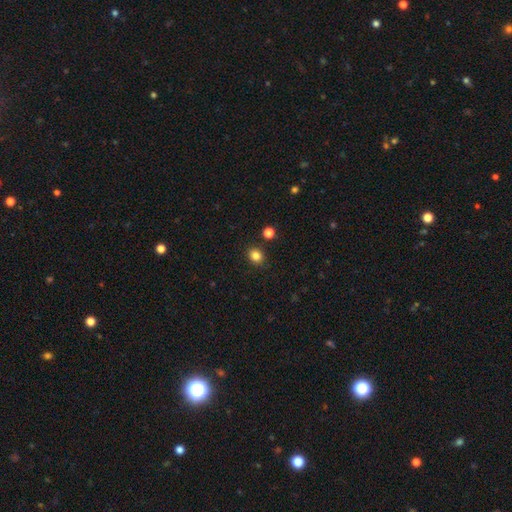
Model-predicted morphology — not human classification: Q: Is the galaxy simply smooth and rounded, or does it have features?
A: smooth — 83%.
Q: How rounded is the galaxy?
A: round — 63%.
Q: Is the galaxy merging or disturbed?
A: none — 87%.